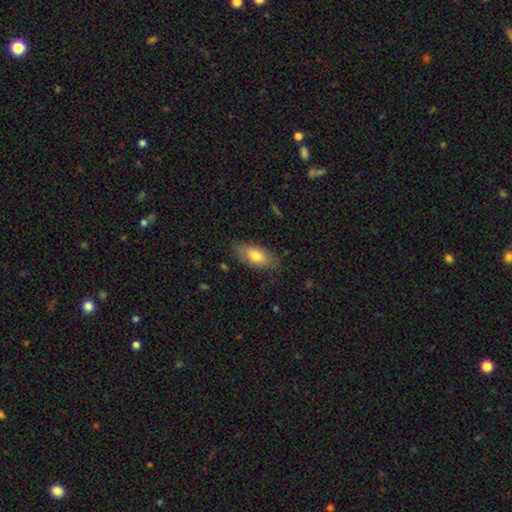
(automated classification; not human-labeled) Smooth or featured: smooth — 76% (featured or disk — 18%)
How rounded: in between — 89% (cigar-shaped — 8%)
Merging: none — 80% (minor disturbance — 15%)